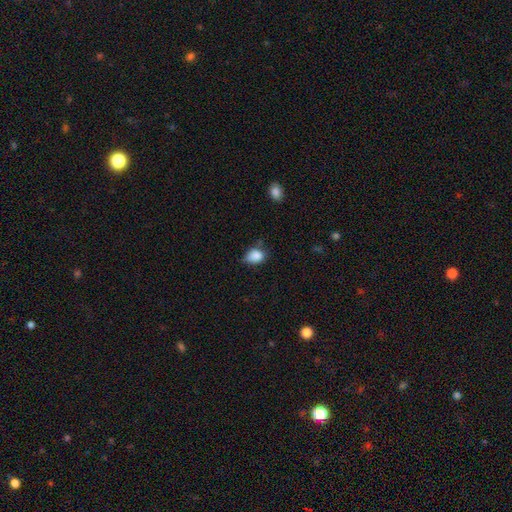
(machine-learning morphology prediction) Smooth or featured: smooth — 84% (star or artifact — 9%)
How rounded: in between — 62% (round — 36%)
Merging: none — 47% (minor disturbance — 40%)